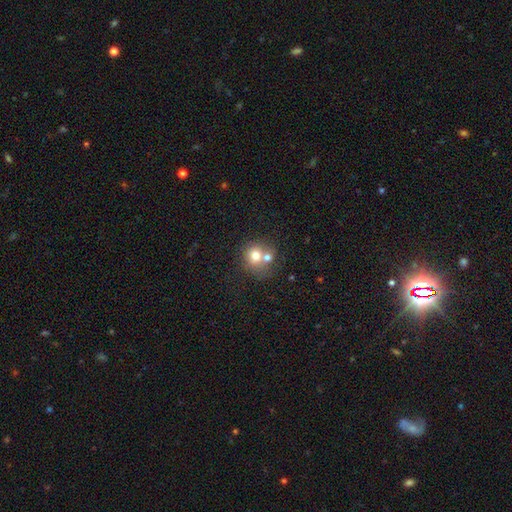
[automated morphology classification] A smooth galaxy with no disk features (71%) that is round (79%). Merging: merger (50%).